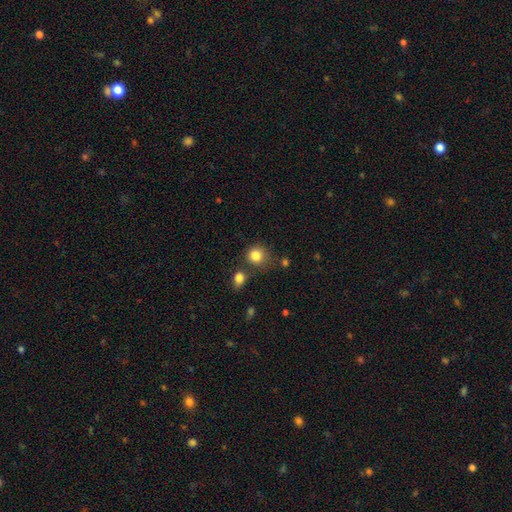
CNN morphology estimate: smooth_or_featured: smooth (p=0.83) [alt: star or artifact p=0.11]
how_rounded: round (p=0.85) [alt: in between p=0.14]
merging: none (p=0.71) [alt: minor disturbance p=0.13]